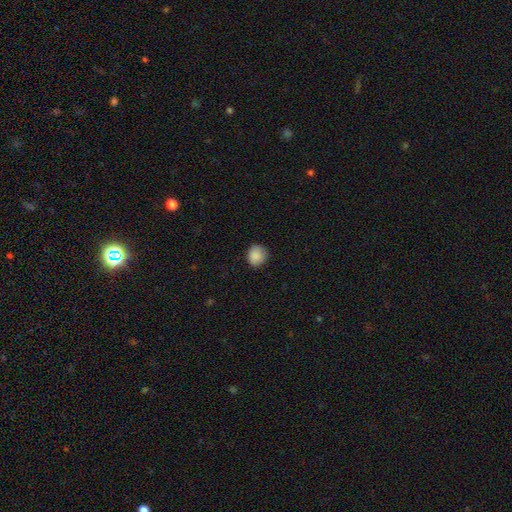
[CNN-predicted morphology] A smooth galaxy with no disk features (88%) that is round (85%).

Vote fractions:
- Smooth or featured? smooth: 88% / star or artifact: 8% / featured or disk: 4%
- How rounded? round: 85% / in between: 14% / cigar-shaped: 1%
- Merging? none: 83% / minor disturbance: 13% / major disturbance: 3% / merger: 1%